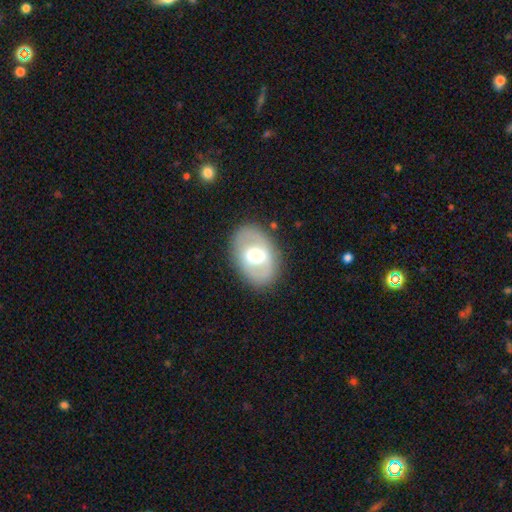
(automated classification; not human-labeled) Smooth or featured: featured or disk — 51% (smooth — 42%)
Edge-on disk: no — 93% (yes — 7%)
Merging: none — 83% (minor disturbance — 11%)